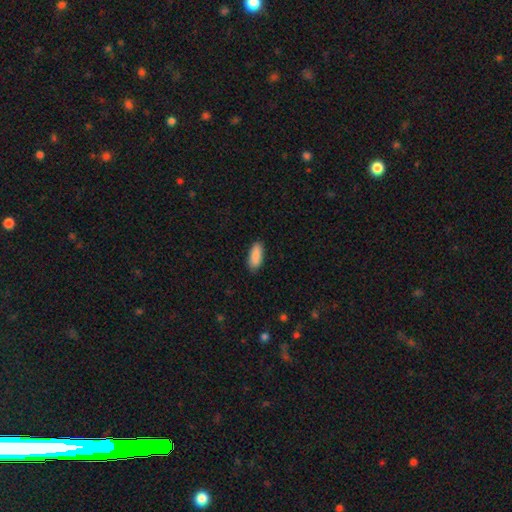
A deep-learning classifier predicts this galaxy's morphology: smooth_or_featured: smooth (p=0.90) [alt: star or artifact p=0.06]
how_rounded: in between (p=0.78) [alt: cigar-shaped p=0.20]
merging: none (p=0.85) [alt: minor disturbance p=0.11]